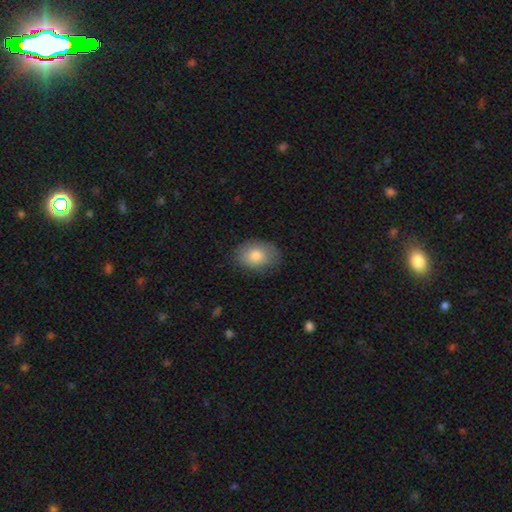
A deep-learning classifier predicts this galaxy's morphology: Smooth or featured?
  - smooth: 82% *
  - featured or disk: 11%
  - star or artifact: 7%
How rounded?
  - in between: 78% *
  - round: 21%
  - cigar-shaped: 1%
Merging?
  - none: 81% *
  - minor disturbance: 15%
  - major disturbance: 3%
  - merger: 1%